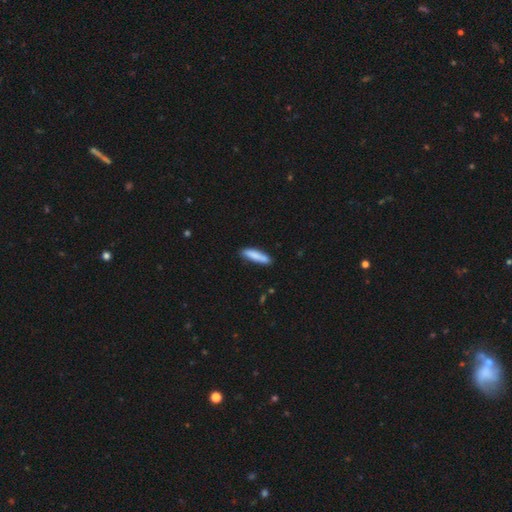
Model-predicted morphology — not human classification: This is clearly a smooth galaxy (85%). How rounded: clearly cigar-shaped (81%). Merging: clearly none (84%).